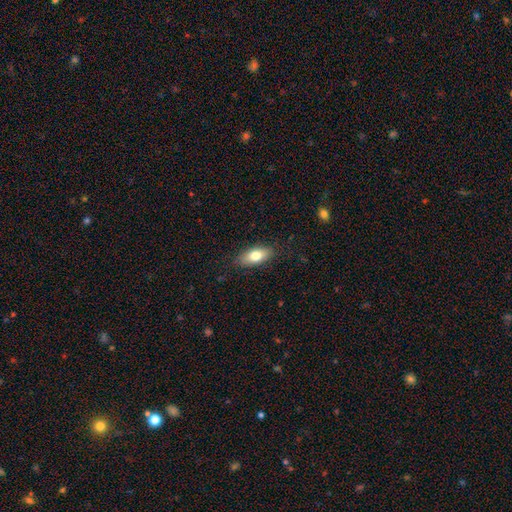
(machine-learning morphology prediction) type=smooth (77%); roundness=in between (84%); merging=none (85%).